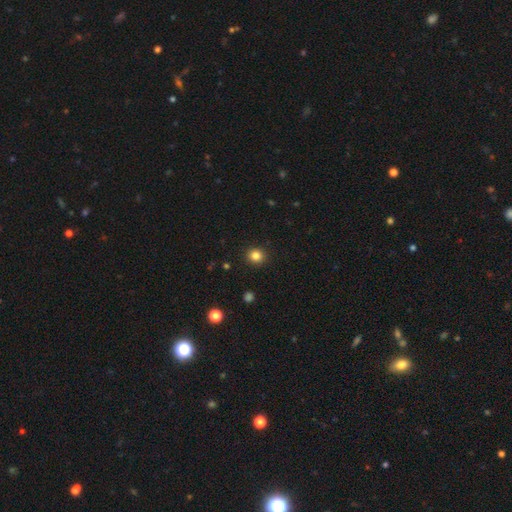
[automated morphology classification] smooth-or-featured: smooth: 83% | star or artifact: 12% | featured or disk: 5%
  how-rounded: round: 87% | in between: 12% | cigar-shaped: 1%
  merging: none: 92% | minor disturbance: 5% | major disturbance: 2% | merger: 1%